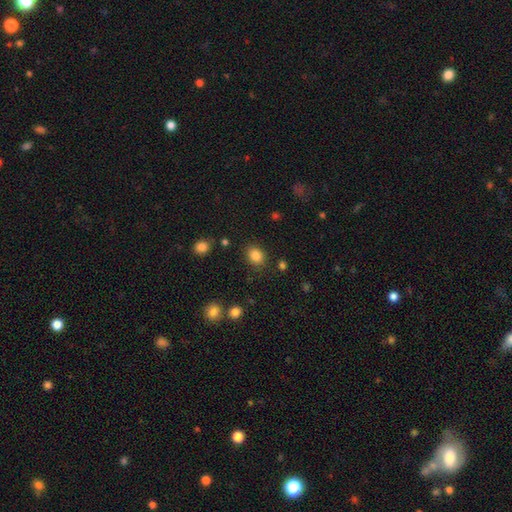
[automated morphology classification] Smooth or featured: smooth — 84% (star or artifact — 11%)
How rounded: round — 53% (in between — 46%)
Merging: none — 85% (minor disturbance — 10%)